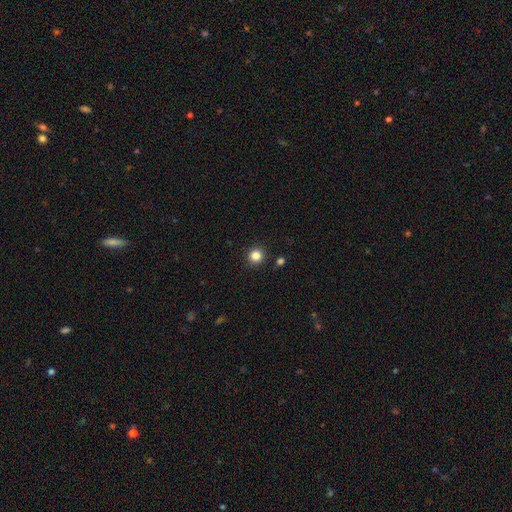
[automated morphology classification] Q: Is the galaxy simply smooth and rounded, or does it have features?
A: smooth — 84%.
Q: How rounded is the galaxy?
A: round — 94%.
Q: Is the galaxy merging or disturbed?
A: none — 91%.